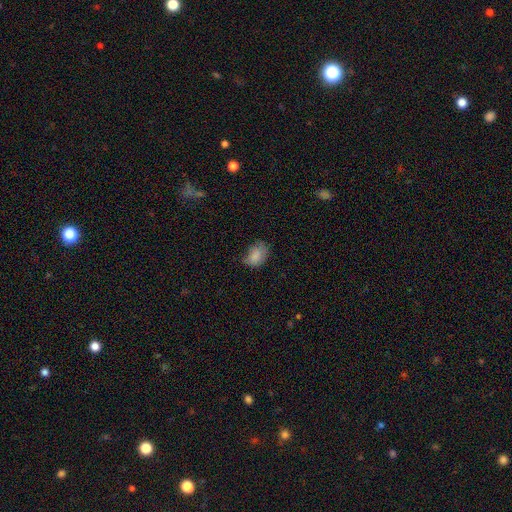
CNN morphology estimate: Smooth or featured? smooth (82%)
How rounded? in between (77%)
Merging? none (53%)